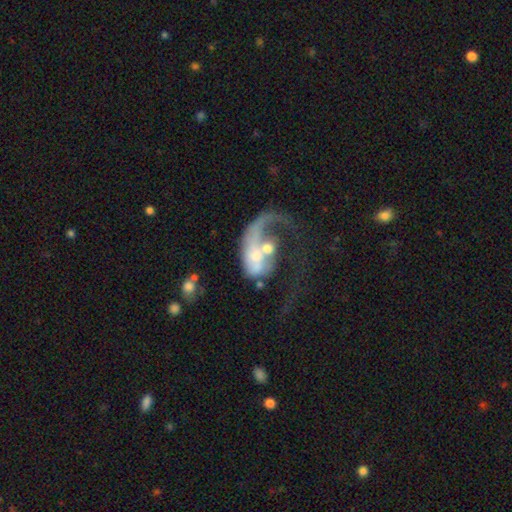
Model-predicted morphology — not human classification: Smooth or featured: featured or disk — 67% (smooth — 26%)
Edge-on disk: no — 97% (yes — 3%)
Bar: no — 73% (weak — 21%)
Spiral arms: yes — 62% (no — 38%)
Bulge size: moderate — 51% (small — 27%)
Merging: major disturbance — 40% (merger — 37%)